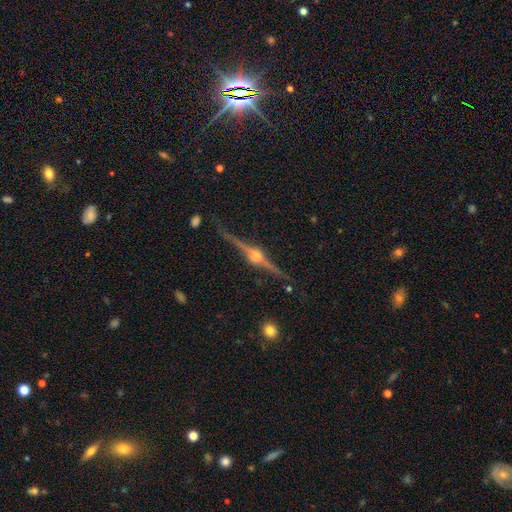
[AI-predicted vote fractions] Overall: featured or disk (90%). Edge-on disk: yes (98%). Edge-on bulge: rounded (96%). Merging: none (88%).